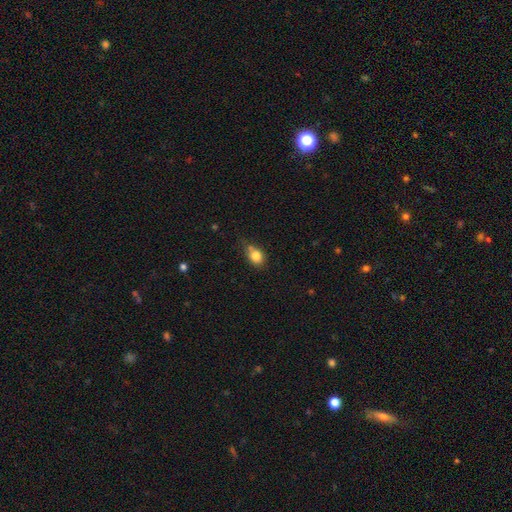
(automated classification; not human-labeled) smooth-or-featured: smooth: 82% | star or artifact: 10% | featured or disk: 8%
  how-rounded: in between: 61% | round: 37% | cigar-shaped: 2%
  merging: none: 55% | minor disturbance: 30% | merger: 8% | major disturbance: 7%